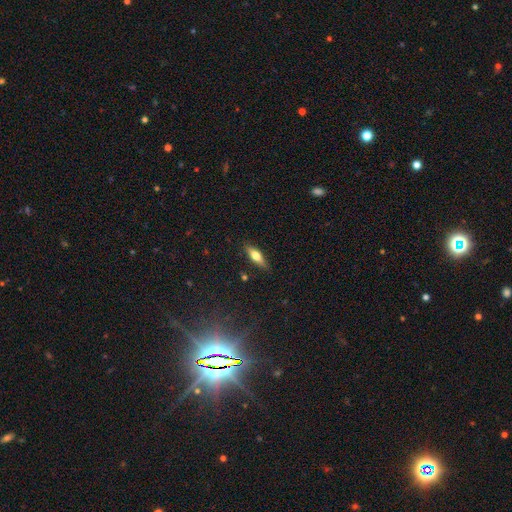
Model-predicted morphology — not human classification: type=smooth (51%); roundness=cigar-shaped (54%); merging=none (86%).